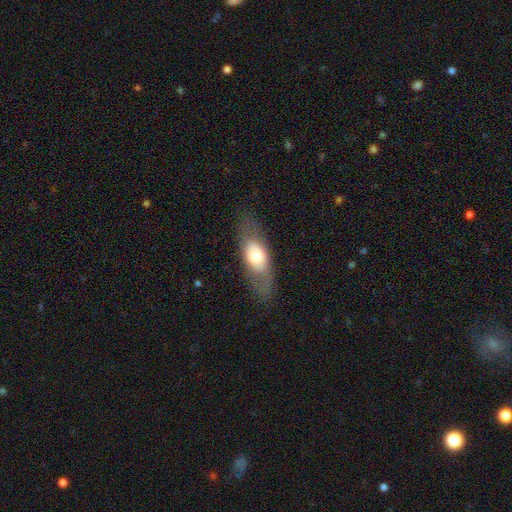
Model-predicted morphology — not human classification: type=smooth (54%); roundness=in between (74%); merging=none (76%).